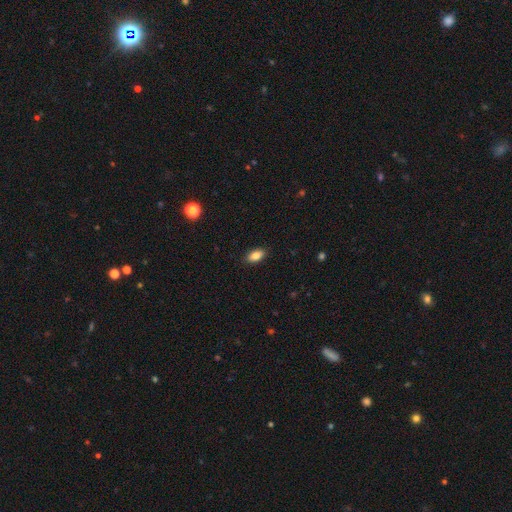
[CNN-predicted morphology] Q: Smooth or featured?
A: smooth (85%); runner-up: star or artifact (8%)
Q: How rounded?
A: in between (90%); runner-up: round (5%)
Q: Merging?
A: none (89%); runner-up: minor disturbance (9%)